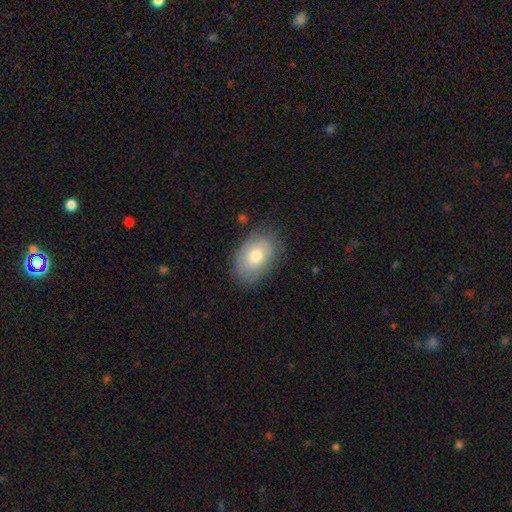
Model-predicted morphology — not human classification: smooth_or_featured: smooth (p=0.72) [alt: featured or disk p=0.21]
how_rounded: in between (p=0.87) [alt: round p=0.12]
merging: none (p=0.78) [alt: minor disturbance p=0.17]